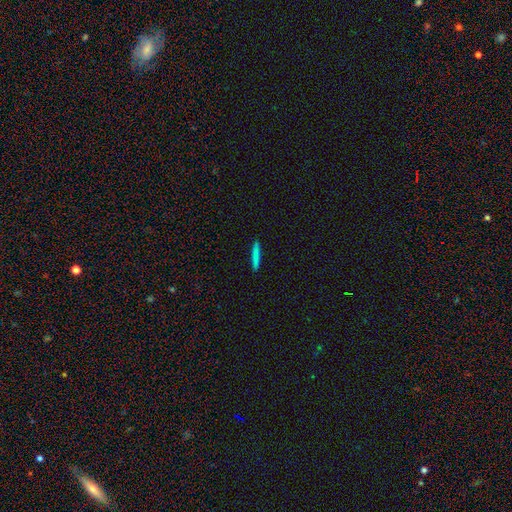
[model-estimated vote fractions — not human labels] Smooth or featured?
  - smooth: 81% *
  - featured or disk: 13%
  - star or artifact: 7%
How rounded?
  - cigar-shaped: 95% *
  - in between: 4%
  - round: 1%
Merging?
  - none: 91% *
  - minor disturbance: 6%
  - major disturbance: 1%
  - merger: 1%